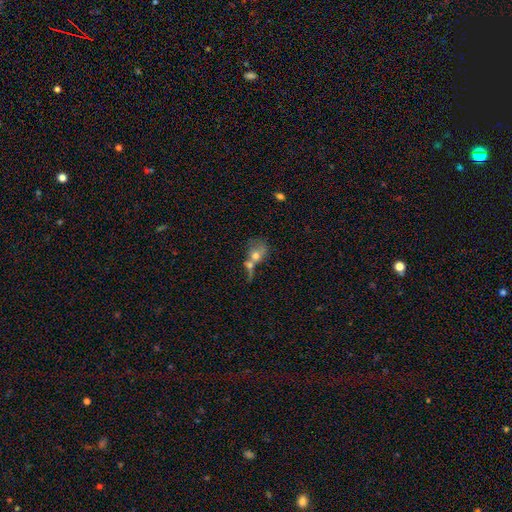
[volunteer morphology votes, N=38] This is possibly a smooth galaxy (50%). How rounded: likely round (74%). Merging: likely merger (78%).